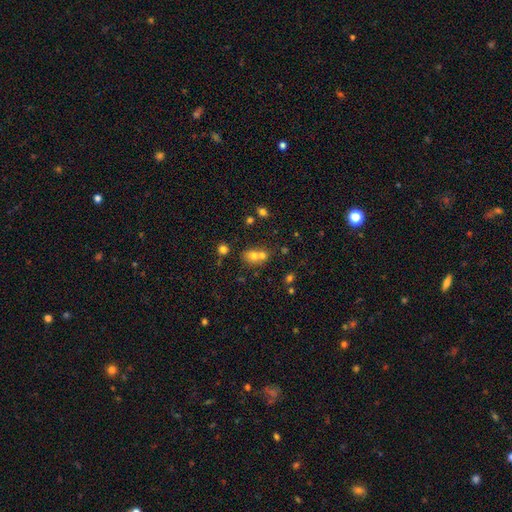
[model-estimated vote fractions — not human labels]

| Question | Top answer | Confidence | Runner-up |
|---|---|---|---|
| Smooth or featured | smooth | 67% | star or artifact (17%) |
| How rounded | round | 66% | in between (33%) |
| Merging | merger | 55% | none (34%) |